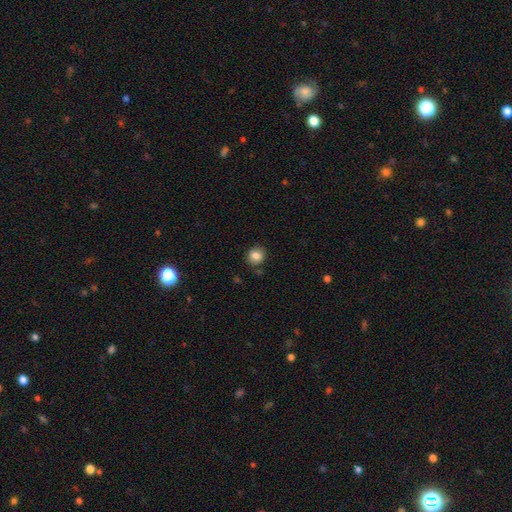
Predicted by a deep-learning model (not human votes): smooth-or-featured: smooth: 84% | star or artifact: 10% | featured or disk: 6%
  how-rounded: round: 80% | in between: 19% | cigar-shaped: 1%
  merging: none: 83% | minor disturbance: 11% | major disturbance: 3% | merger: 3%